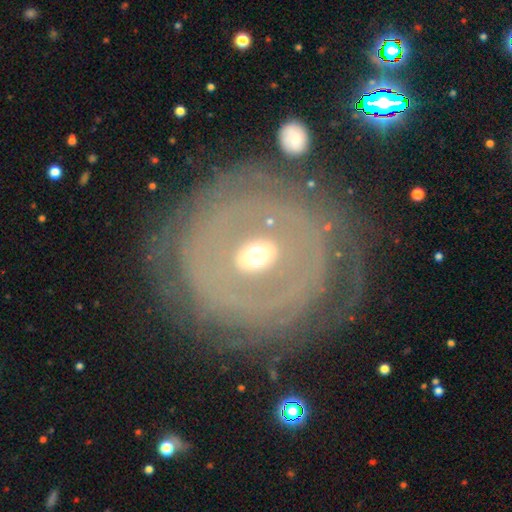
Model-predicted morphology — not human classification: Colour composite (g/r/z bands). It shows a featured or disk galaxy (76%) with no bar (40%), spiral arms (63%) and a moderate central bulge (55%). Merging: none (79%).